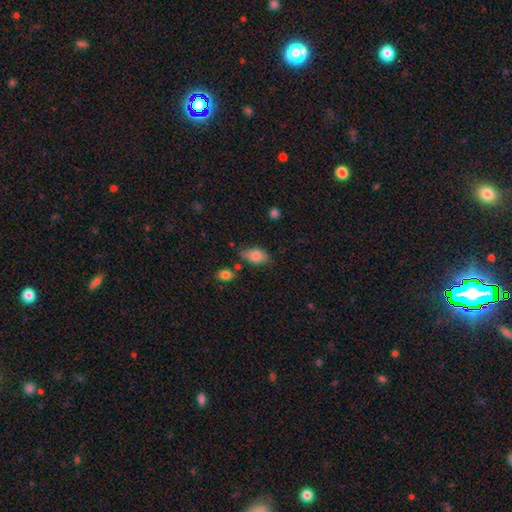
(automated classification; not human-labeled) Morphology: type=smooth (82%); roundness=in between (89%); merging=none (60%).